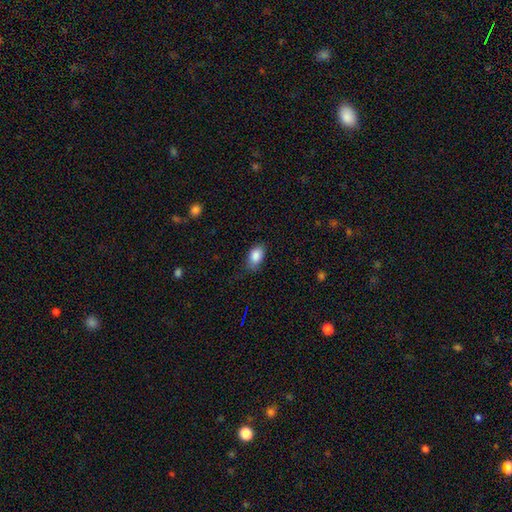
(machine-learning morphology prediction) smooth 87%, star or artifact 8%, featured or disk 6%. Down the decision tree: how rounded — in between (88%); merging — none (70%).